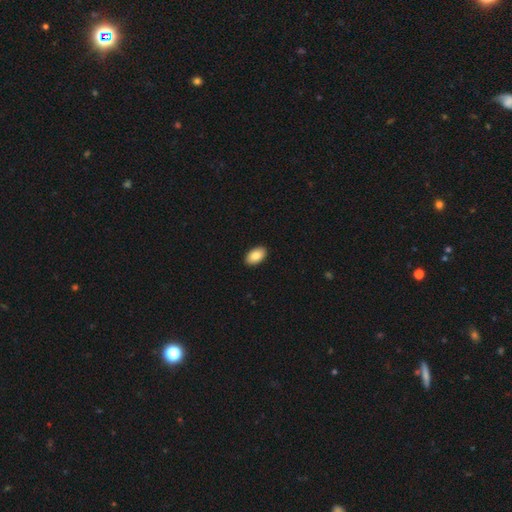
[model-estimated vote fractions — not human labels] This is clearly a smooth galaxy (87%). How rounded: clearly in between (94%). Merging: clearly none (91%).